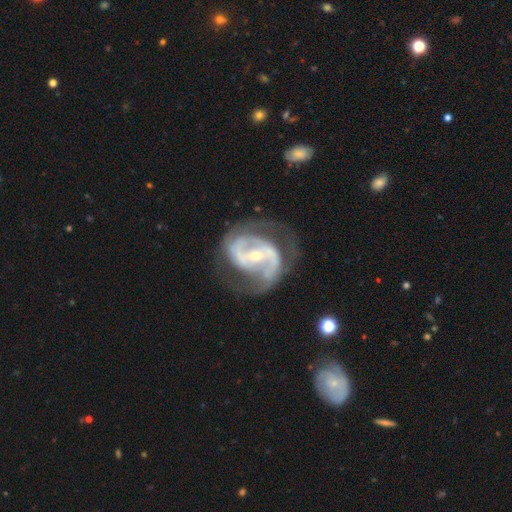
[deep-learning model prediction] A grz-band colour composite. It shows a featured or disk galaxy (89%) with a strong bar (49%), 2 (81%) medium (51%) spiral arms (92%) and a small central bulge (62%). Merging: none (62%).